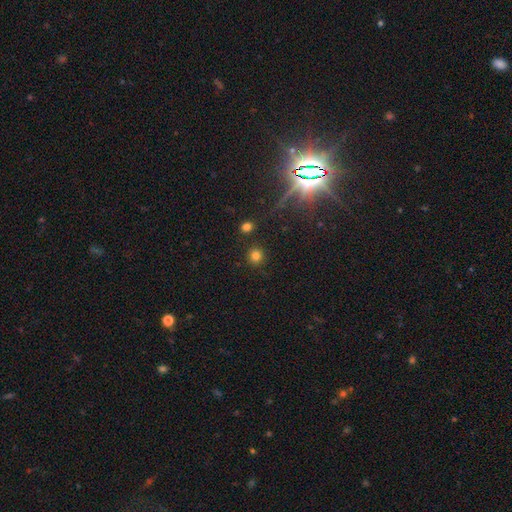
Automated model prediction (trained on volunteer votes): This is likely a smooth galaxy (77%). How rounded: clearly round (93%). Merging: clearly none (87%).